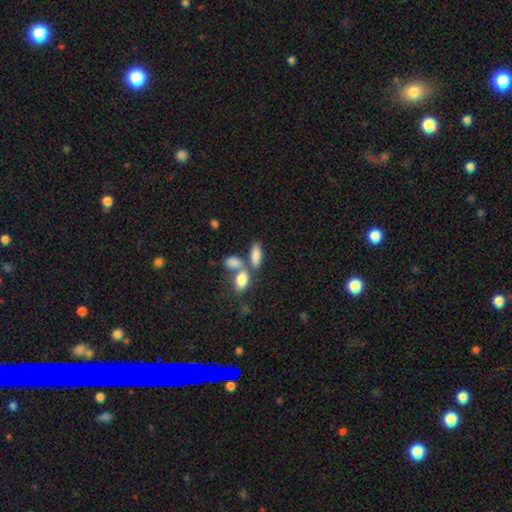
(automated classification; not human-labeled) A smooth galaxy with no disk features (82%) that is in between round and cigar-shaped (82%). Merging: merger (44%).